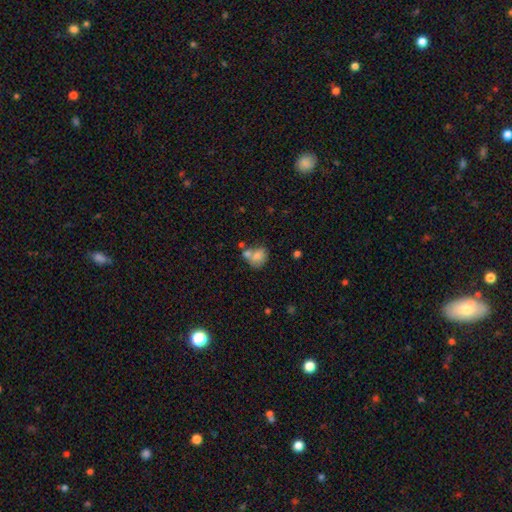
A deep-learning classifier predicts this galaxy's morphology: This appears to be a smooth galaxy with no disk features (73%) that is in between round and cigar-shaped (54%). Merging: none (37%, tied with merger).